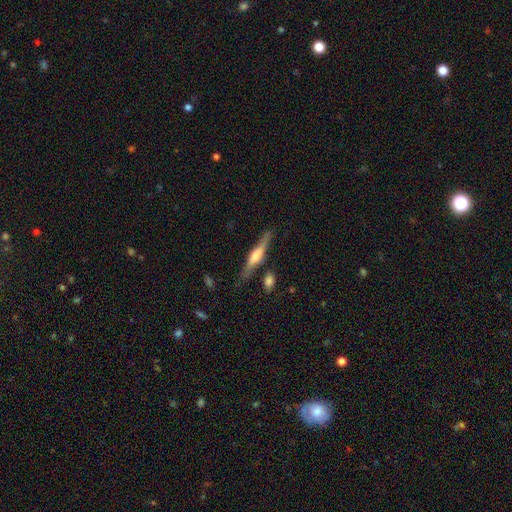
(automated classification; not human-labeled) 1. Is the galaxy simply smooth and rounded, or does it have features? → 67% featured or disk, 27% smooth, 6% star or artifact.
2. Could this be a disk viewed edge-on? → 96% yes, 4% no.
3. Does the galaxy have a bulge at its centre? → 68% rounded, 24% boxy, 8% none.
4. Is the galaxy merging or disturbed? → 78% none, 13% minor disturbance, 6% merger, 3% major disturbance.